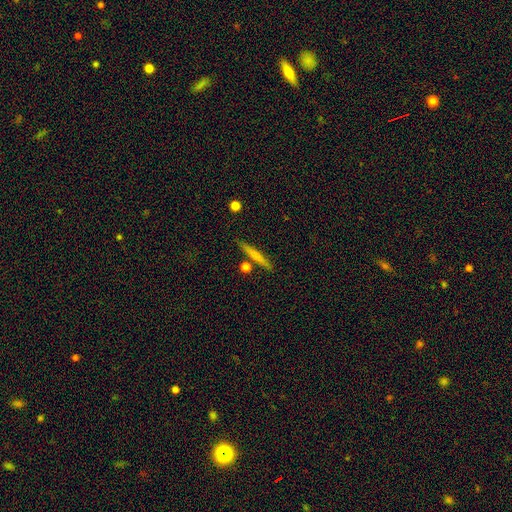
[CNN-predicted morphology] Q: Smooth or featured?
A: smooth (64%); runner-up: featured or disk (30%)
Q: How rounded?
A: cigar-shaped (93%); runner-up: in between (4%)
Q: Merging?
A: none (83%); runner-up: minor disturbance (9%)